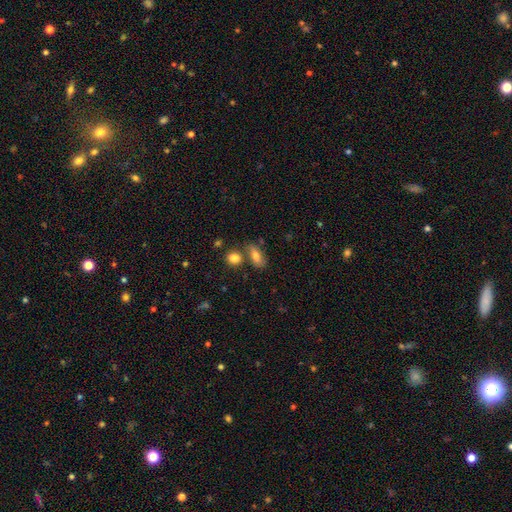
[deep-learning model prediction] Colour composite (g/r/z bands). It shows a smooth galaxy with no disk features (78%) that is in between round and cigar-shaped (76%). Merging: none (66%).